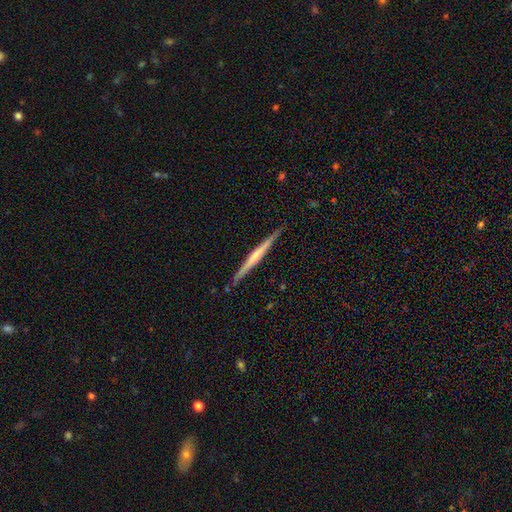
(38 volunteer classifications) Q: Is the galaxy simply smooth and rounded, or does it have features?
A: featured or disk — 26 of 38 (68%).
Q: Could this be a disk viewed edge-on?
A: yes — 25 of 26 (96%).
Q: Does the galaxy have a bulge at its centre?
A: none — 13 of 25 (52%).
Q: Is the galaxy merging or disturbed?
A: none — 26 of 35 (74%).